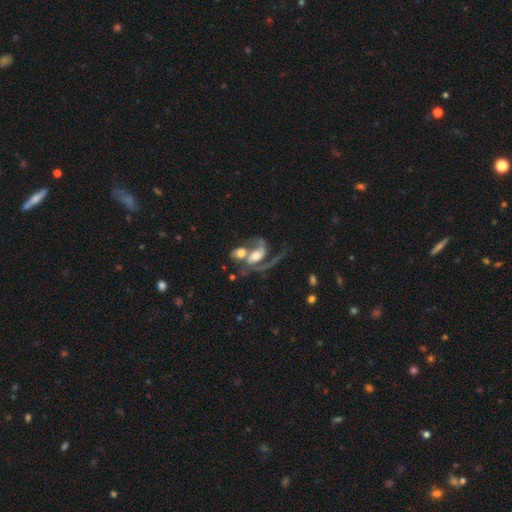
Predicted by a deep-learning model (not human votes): smooth_or_featured: featured or disk (p=0.75) [alt: smooth p=0.18]
disk_edge_on: no (p=0.95) [alt: yes p=0.05]
bar: no (p=0.45) [alt: weak p=0.33]
has_spiral_arms: yes (p=0.89) [alt: no p=0.11]
spiral_winding: medium (p=0.42) [tied with: loose p=0.42]
spiral_arm_count: 2 (p=0.60) [alt: 1 p=0.30]
bulge_size: moderate (p=0.40) [alt: large p=0.35]
merging: merger (p=0.58) [alt: none p=0.18]